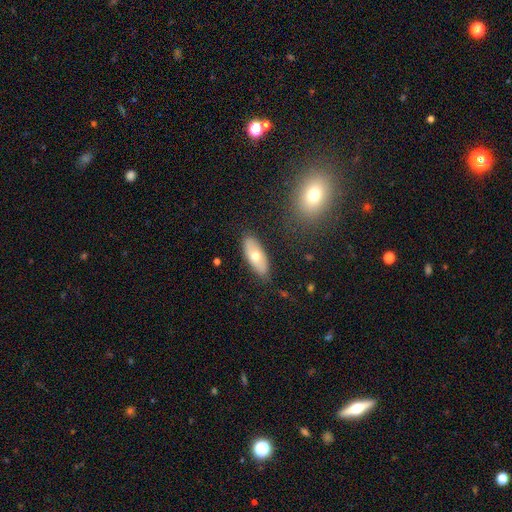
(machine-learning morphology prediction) Smooth or featured?
  - smooth: 60% *
  - featured or disk: 33%
  - star or artifact: 6%
How rounded?
  - in between: 82% *
  - cigar-shaped: 15%
  - round: 3%
Merging?
  - none: 82% *
  - minor disturbance: 13%
  - major disturbance: 3%
  - merger: 2%